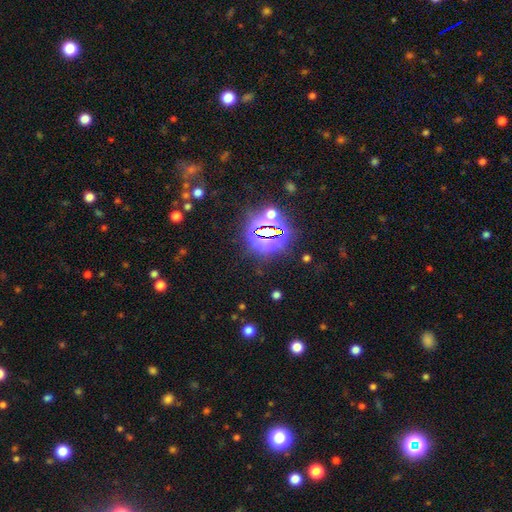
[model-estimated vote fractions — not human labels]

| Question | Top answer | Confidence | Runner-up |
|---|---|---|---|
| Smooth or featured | star or artifact | 81% | smooth (11%) |